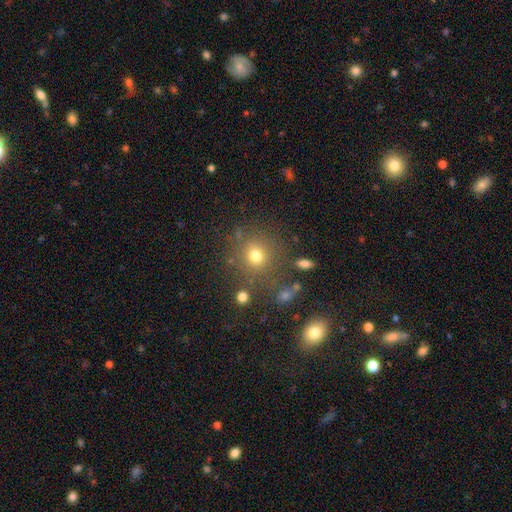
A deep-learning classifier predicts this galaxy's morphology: This is likely a smooth galaxy (74%). How rounded: clearly round (88%). Merging: likely none (79%).